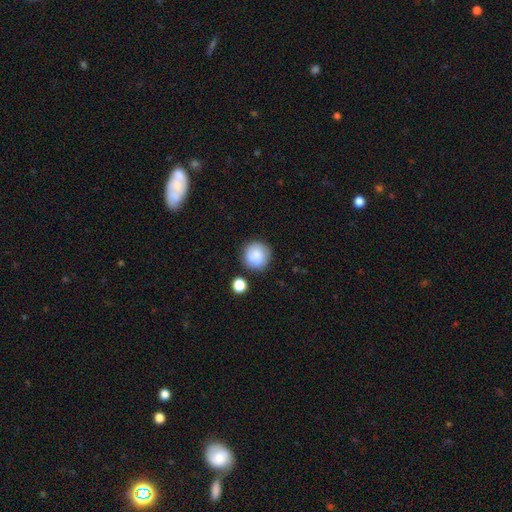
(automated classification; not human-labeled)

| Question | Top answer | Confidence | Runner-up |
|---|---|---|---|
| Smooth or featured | smooth | 83% | featured or disk (9%) |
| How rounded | round | 94% | in between (5%) |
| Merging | none | 81% | minor disturbance (11%) |